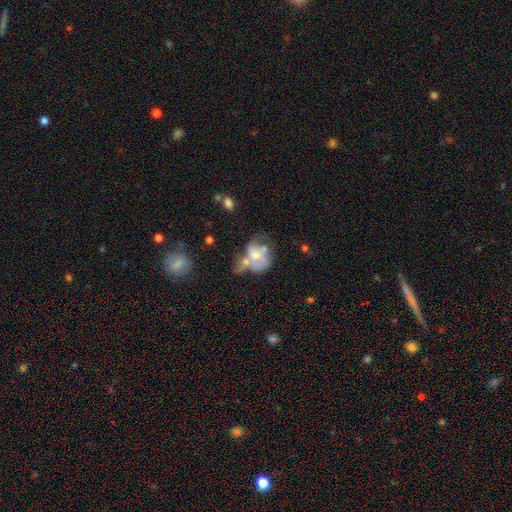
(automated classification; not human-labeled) Smooth or featured? Predicted: featured or disk (p=0.46). Merging? Predicted: merger (p=0.43).